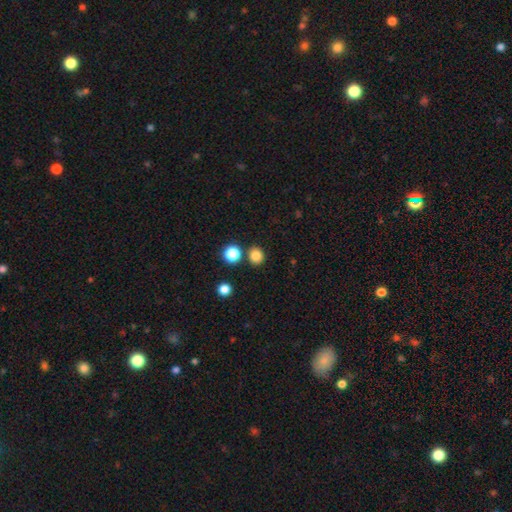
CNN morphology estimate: Overall: smooth (83%). How rounded: round (85%). Merging: none (83%).